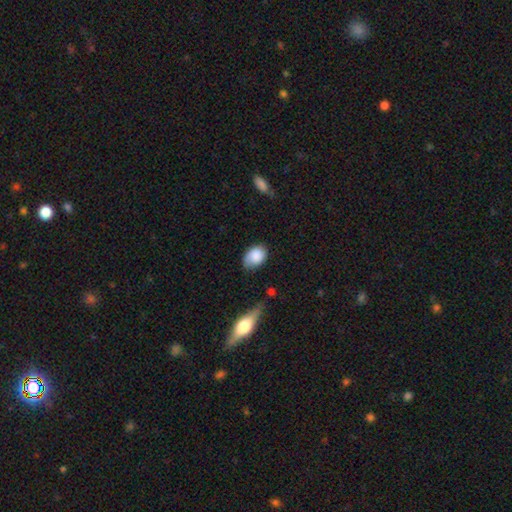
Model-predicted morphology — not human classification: Smooth or featured? Predicted: smooth (p=0.84). How rounded? Predicted: in between (p=0.76). Merging? Predicted: none (p=0.57).